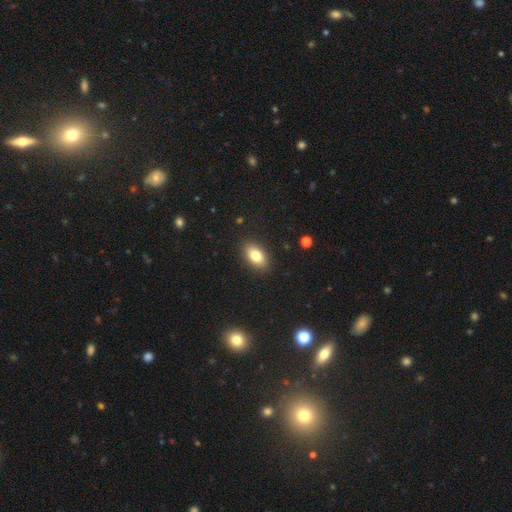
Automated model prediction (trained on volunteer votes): A smooth galaxy with no disk features (81%) that is in between round and cigar-shaped (90%). Merging: none (88%).